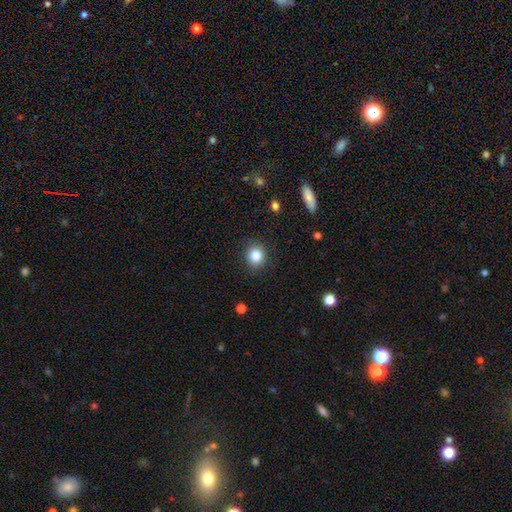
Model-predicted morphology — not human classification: type=smooth (85%); roundness=round (77%); merging=none (87%).